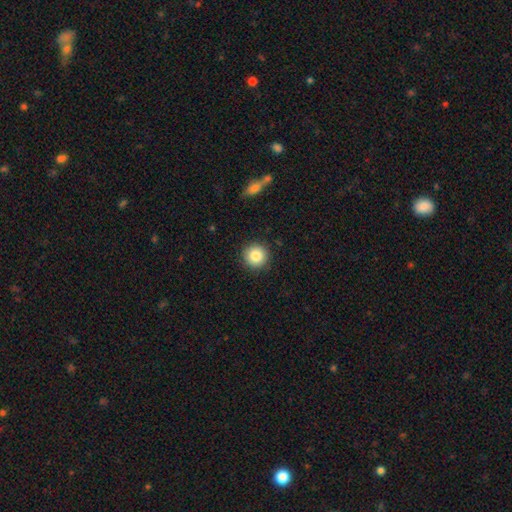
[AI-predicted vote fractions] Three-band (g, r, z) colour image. It shows a smooth galaxy with no disk features (85%) that is round (95%). Merging: none (91%).